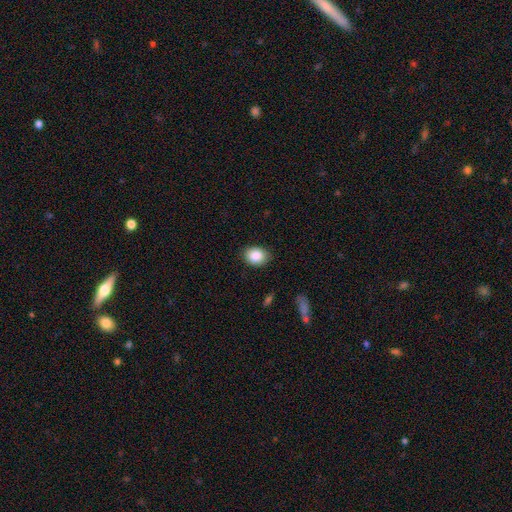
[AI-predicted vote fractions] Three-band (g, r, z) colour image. It shows a smooth galaxy with no disk features (87%) that is in between round and cigar-shaped (56%). Merging: none (84%).